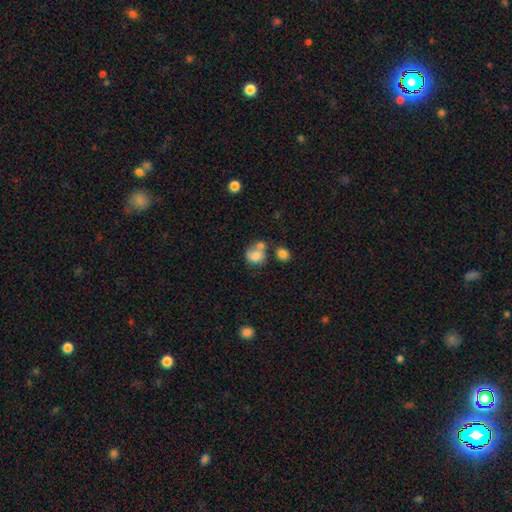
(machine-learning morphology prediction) A smooth galaxy with no disk features (75%) that is round (58%). Merging: merger (45%).